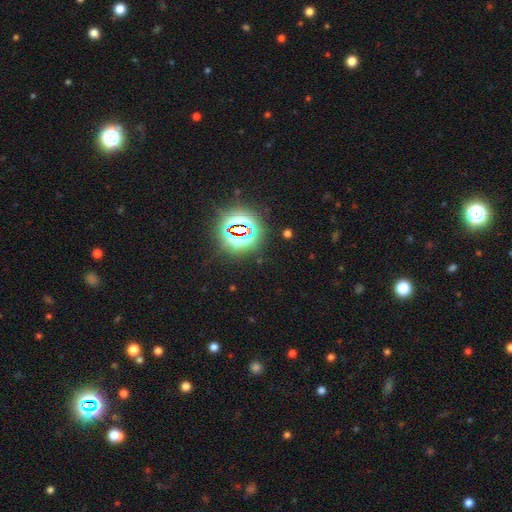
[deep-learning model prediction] Morphology: type=star or artifact (79%).